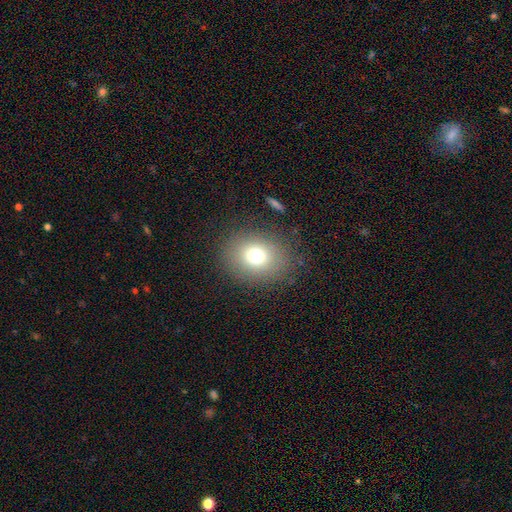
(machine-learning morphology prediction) This appears to be a smooth galaxy with no disk features (74%) that is round (59%). Merging: none (84%).